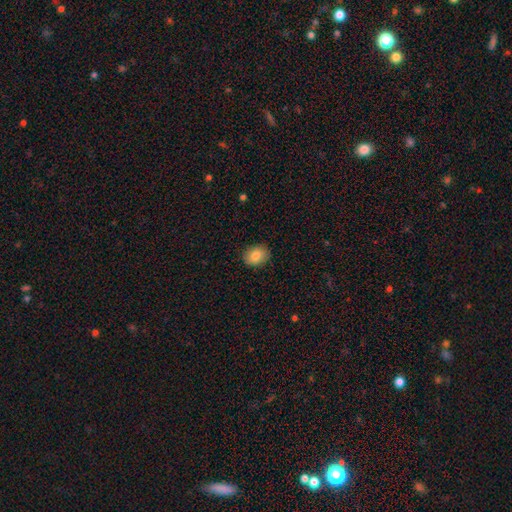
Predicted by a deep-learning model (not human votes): The model was most divided on "how rounded": in between: 60%, round: 39%, cigar-shaped: 1%. More confident: merging — none (88%); smooth or featured — smooth (84%).